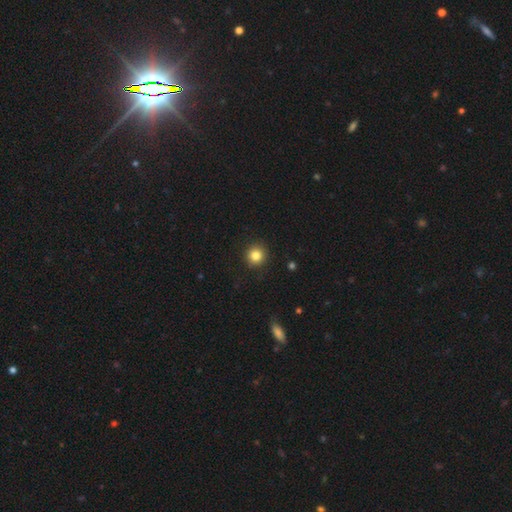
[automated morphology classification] This appears to be a smooth galaxy with no disk features (84%) that is round (93%). Merging: none (91%).